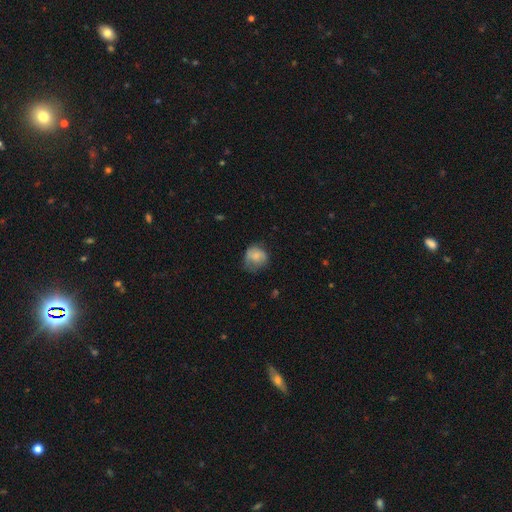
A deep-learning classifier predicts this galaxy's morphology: A smooth galaxy with no disk features (71%) that is round (70%).

Vote fractions:
- Smooth or featured? smooth: 71% / featured or disk: 20% / star or artifact: 9%
- How rounded? round: 70% / in between: 29% / cigar-shaped: 1%
- Merging? none: 47% / minor disturbance: 32% / major disturbance: 19% / merger: 2%